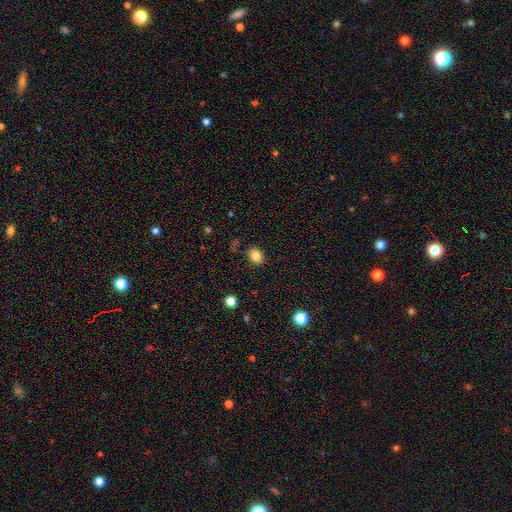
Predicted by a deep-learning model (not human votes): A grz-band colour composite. It shows a smooth galaxy with no disk features (83%) that is round (54%). Merging: none (87%).